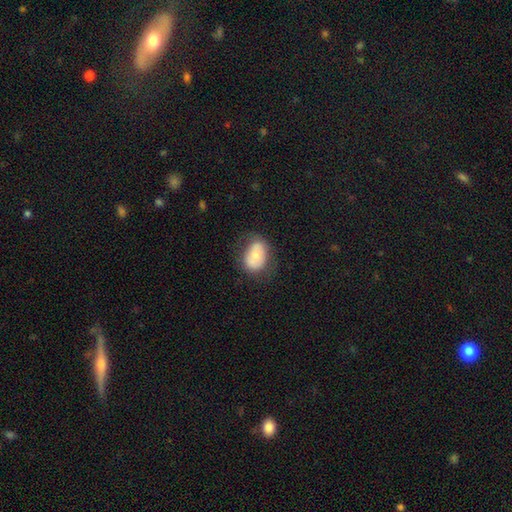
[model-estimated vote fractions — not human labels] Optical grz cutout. It shows a smooth galaxy with no disk features (65%) that is in between round and cigar-shaped (78%). Merging: none (69%).